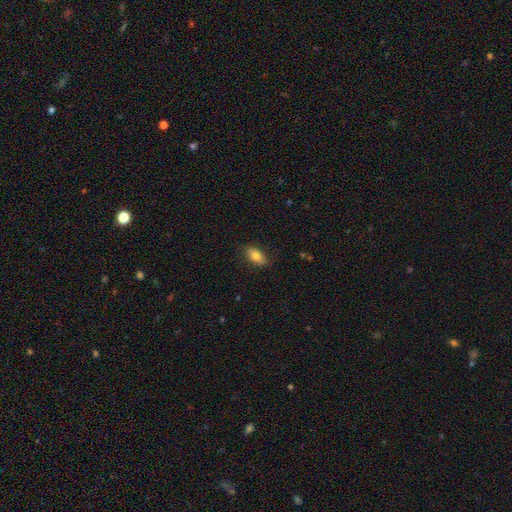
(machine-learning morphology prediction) smooth_or_featured: smooth (p=0.79) [alt: featured or disk p=0.13]
how_rounded: in between (p=0.90) [alt: round p=0.05]
merging: none (p=0.84) [alt: minor disturbance p=0.13]